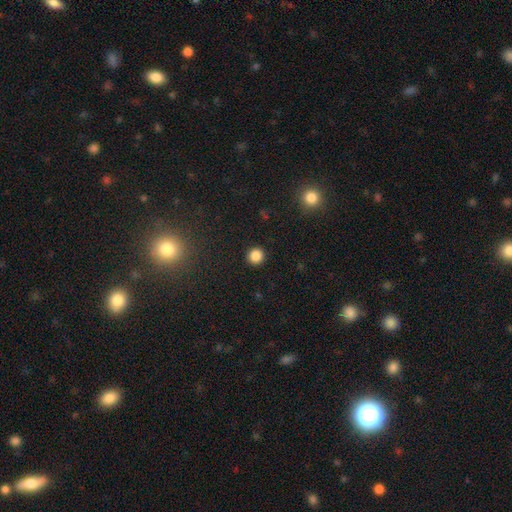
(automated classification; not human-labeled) Smooth or featured: smooth — 86% (star or artifact — 11%)
How rounded: round — 95% (in between — 4%)
Merging: none — 93% (minor disturbance — 5%)